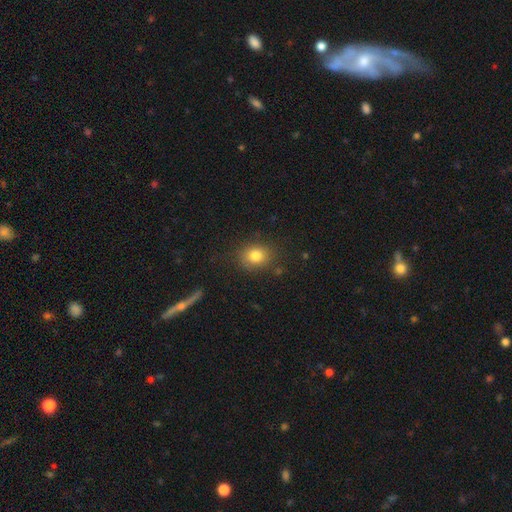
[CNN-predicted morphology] Q: Smooth or featured?
A: smooth (82%); runner-up: star or artifact (11%)
Q: How rounded?
A: round (61%); runner-up: in between (38%)
Q: Merging?
A: none (81%); runner-up: minor disturbance (13%)